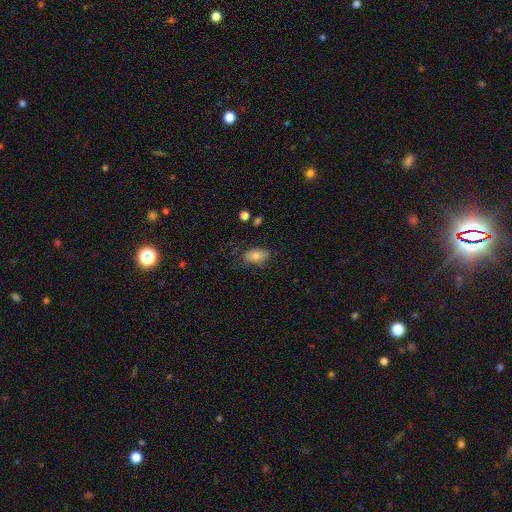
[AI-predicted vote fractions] The model was most divided on "merging": none: 65%, minor disturbance: 23%, major disturbance: 9%, merger: 2%. More confident: how rounded — in between (89%); smooth or featured — smooth (75%).